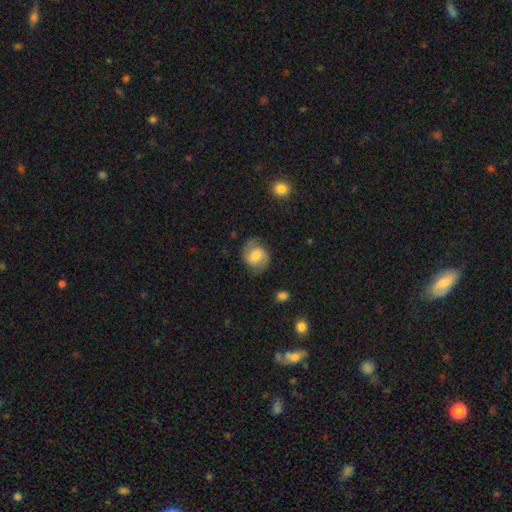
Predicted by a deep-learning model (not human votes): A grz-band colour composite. It shows a featured or disk galaxy (58%) with a weak bar (43%, tied with no), 2 (89%) medium (51%) spiral arms (89%) and a moderate central bulge (53%). Merging: none (76%).